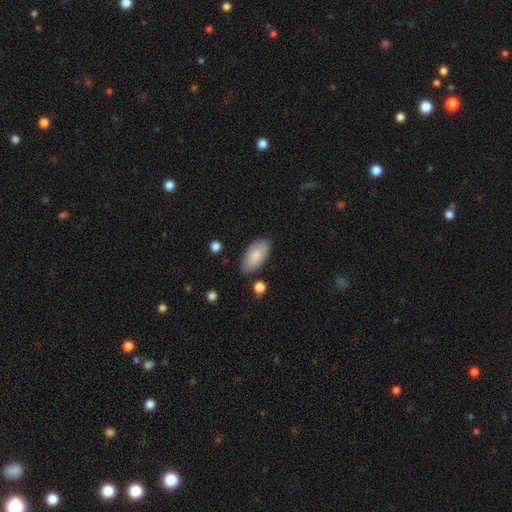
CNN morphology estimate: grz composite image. It shows a smooth galaxy with no disk features (82%) that is in between round and cigar-shaped (94%). Merging: none (80%).